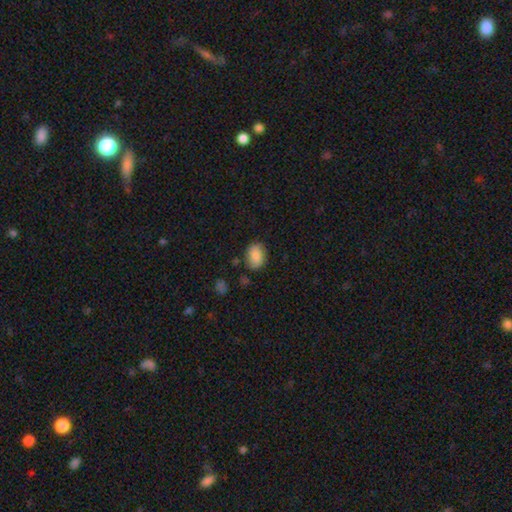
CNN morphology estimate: Smooth or featured? Predicted: smooth (p=0.85). How rounded? Predicted: in between (p=0.76). Merging? Predicted: none (p=0.80).